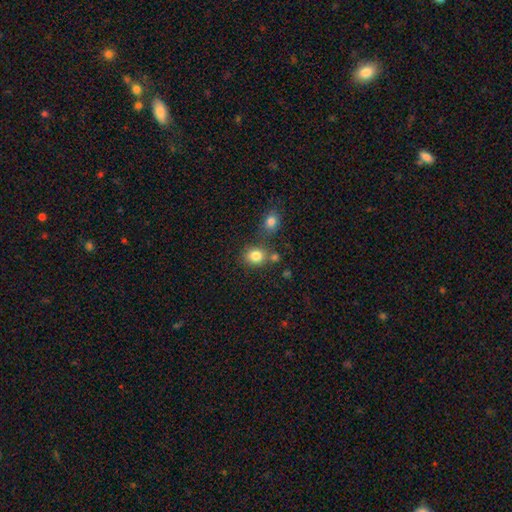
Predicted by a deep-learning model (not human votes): Q: Smooth or featured?
A: smooth (83%); runner-up: star or artifact (11%)
Q: How rounded?
A: round (73%); runner-up: in between (26%)
Q: Merging?
A: none (66%); runner-up: merger (18%)